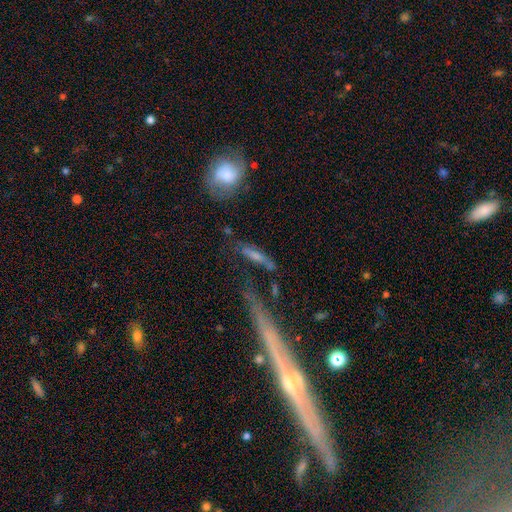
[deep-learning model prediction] Overall: smooth (53%; featured or disk 35%). How rounded: cigar-shaped (75%). Merging: none (48%; minor disturbance 21%).